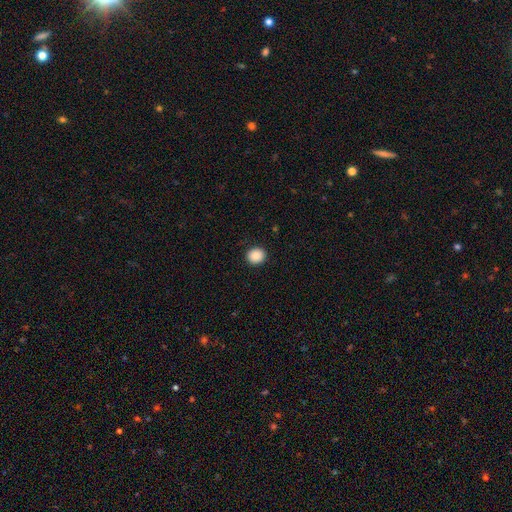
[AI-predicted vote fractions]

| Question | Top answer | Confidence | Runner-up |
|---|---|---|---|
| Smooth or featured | smooth | 89% | star or artifact (9%) |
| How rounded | round | 85% | in between (14%) |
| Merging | none | 92% | minor disturbance (5%) |